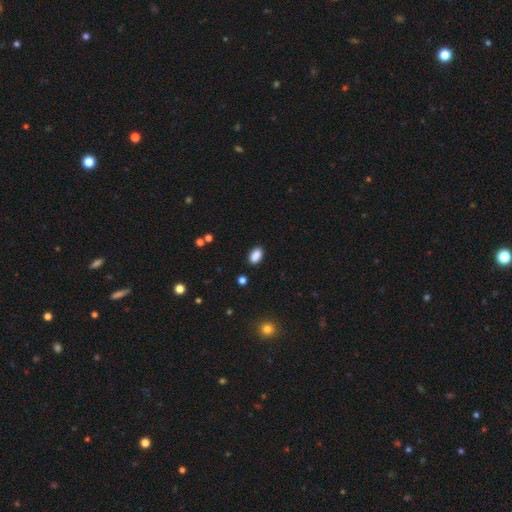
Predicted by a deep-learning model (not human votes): The model was most divided on "merging": none: 86%, minor disturbance: 10%, major disturbance: 2%, merger: 2%. More confident: how rounded — in between (92%); smooth or featured — smooth (88%).